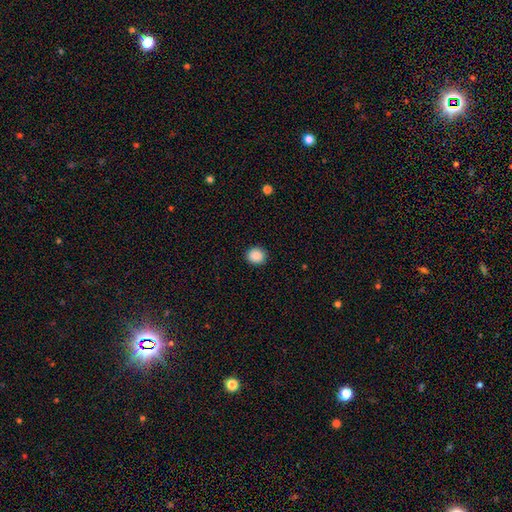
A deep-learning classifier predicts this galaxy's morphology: smooth-or-featured: smooth: 89% | star or artifact: 8% | featured or disk: 2%
  how-rounded: round: 82% | in between: 17% | cigar-shaped: 1%
  merging: none: 91% | minor disturbance: 6% | major disturbance: 2% | merger: 1%